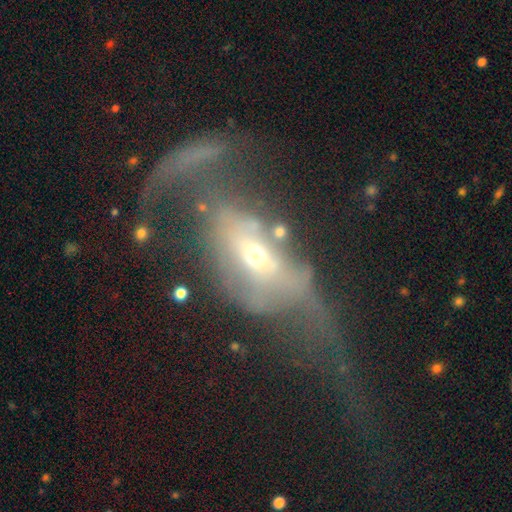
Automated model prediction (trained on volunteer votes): Smooth or featured? featured or disk (64%)
Edge-on disk? no (85%)
Bar? no (67%)
Spiral arms? no (59%)
Bulge size? moderate (54%)
Merging? major disturbance (62%)